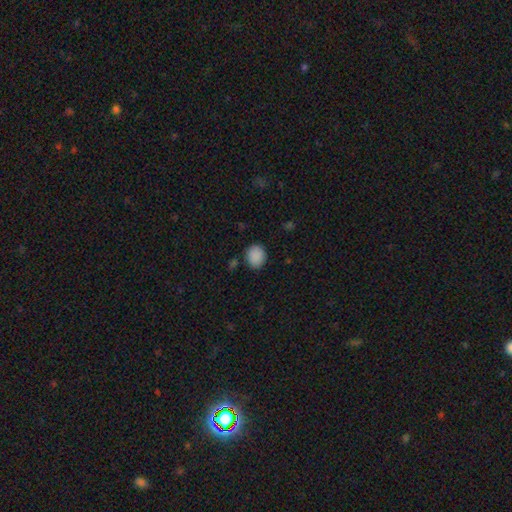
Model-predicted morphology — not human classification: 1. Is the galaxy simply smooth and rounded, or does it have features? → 89% smooth, 8% star or artifact, 3% featured or disk.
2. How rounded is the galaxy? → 66% round, 33% in between, 1% cigar-shaped.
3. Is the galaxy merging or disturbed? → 82% none, 13% minor disturbance, 3% major disturbance, 3% merger.